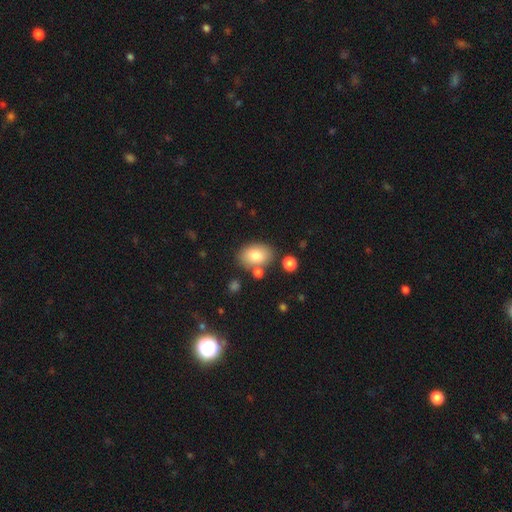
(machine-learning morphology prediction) smooth 79%, featured or disk 13%, star or artifact 8%. Down the decision tree: how rounded — in between (82%); merging — none (74%).